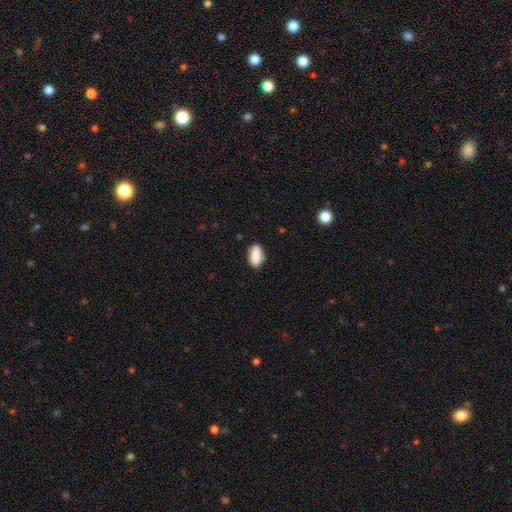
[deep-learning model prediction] Smooth or featured: smooth — 87% (star or artifact — 7%)
How rounded: in between — 83% (cigar-shaped — 13%)
Merging: none — 80% (minor disturbance — 15%)